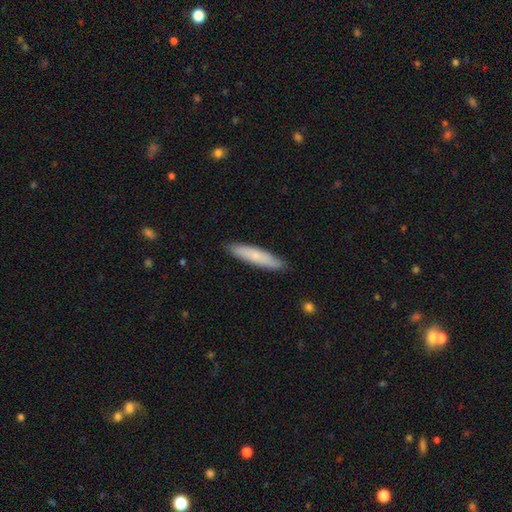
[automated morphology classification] Smooth or featured? Predicted: smooth (p=0.71). How rounded? Predicted: cigar-shaped (p=0.87). Merging? Predicted: none (p=0.89).